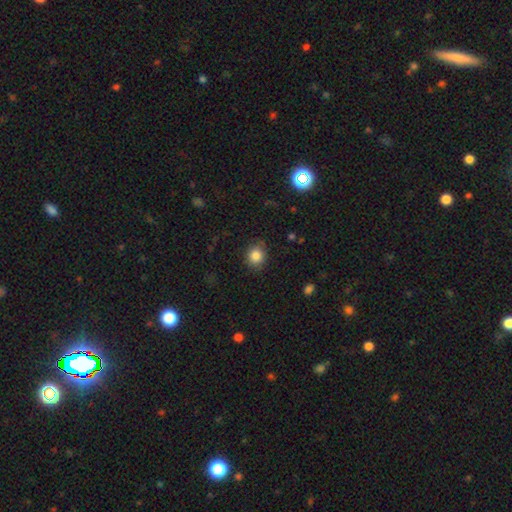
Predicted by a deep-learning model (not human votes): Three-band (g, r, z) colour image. It shows a smooth galaxy with no disk features (84%) that is round (77%). Merging: none (85%).